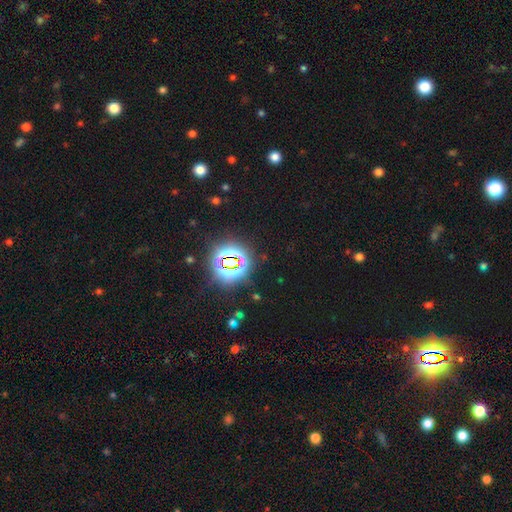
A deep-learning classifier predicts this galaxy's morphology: This appears to be a star or artifact, not a galaxy (83%).